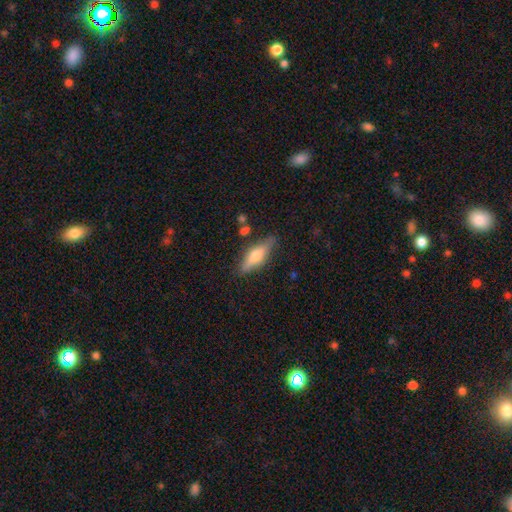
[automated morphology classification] smooth 50%, featured or disk 43%, star or artifact 7%. Down the decision tree: how rounded — cigar-shaped (57%); merging — none (81%).